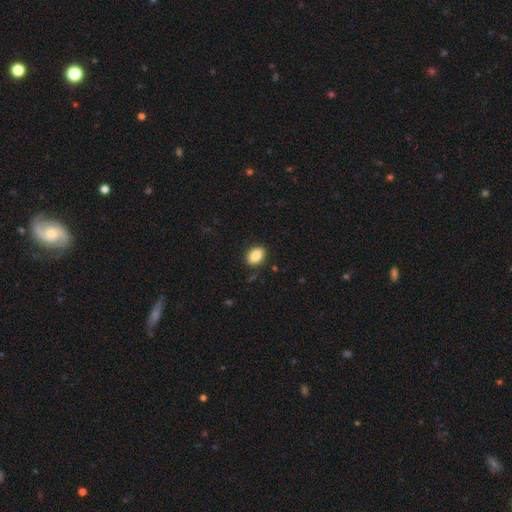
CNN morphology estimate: A smooth galaxy with no disk features (87%) that is in between round and cigar-shaped (79%). Merging: none (87%).